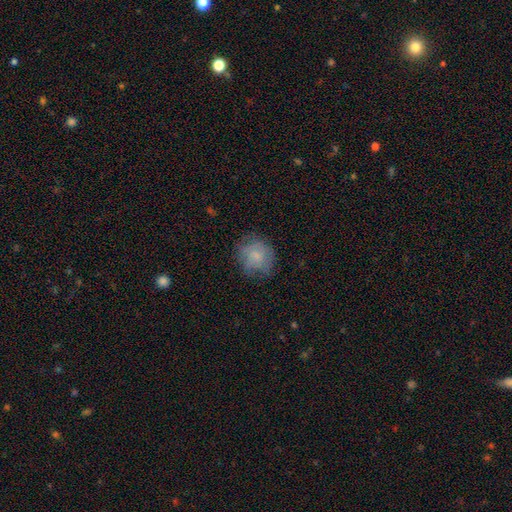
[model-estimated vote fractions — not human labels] This is likely a smooth galaxy (68%). How rounded: likely round (78%). Merging: likely none (65%).